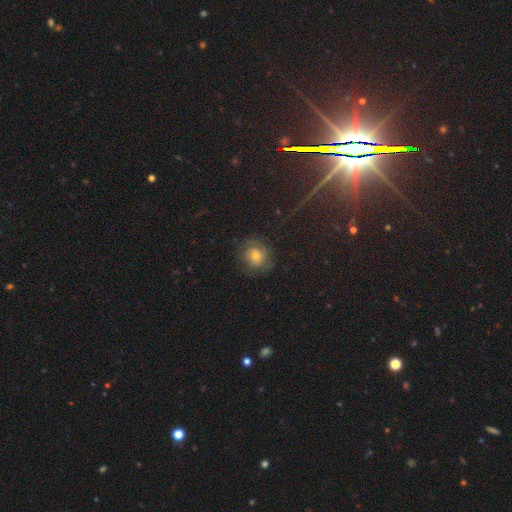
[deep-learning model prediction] Smooth or featured?
  - featured or disk: 50% *
  - smooth: 29%
  - star or artifact: 21%
Edge-on disk?
  - no: 96% *
  - yes: 4%
Merging?
  - none: 76% *
  - minor disturbance: 15%
  - major disturbance: 8%
  - merger: 1%